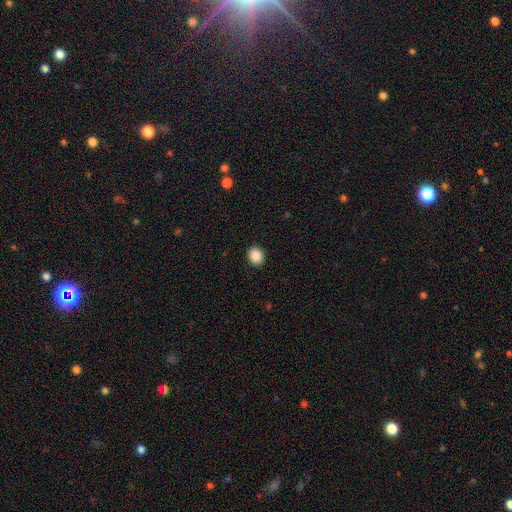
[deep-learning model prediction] smooth 88%, star or artifact 8%, featured or disk 3%. Down the decision tree: how rounded — round (53%); merging — none (91%).